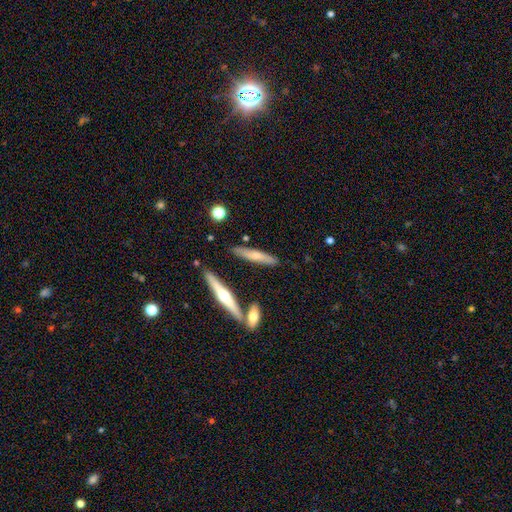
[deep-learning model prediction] smooth-or-featured: smooth: 52% | featured or disk: 42% | star or artifact: 6%
  how-rounded: cigar-shaped: 86% | in between: 12% | round: 2%
  merging: none: 80% | minor disturbance: 11% | merger: 7% | major disturbance: 2%